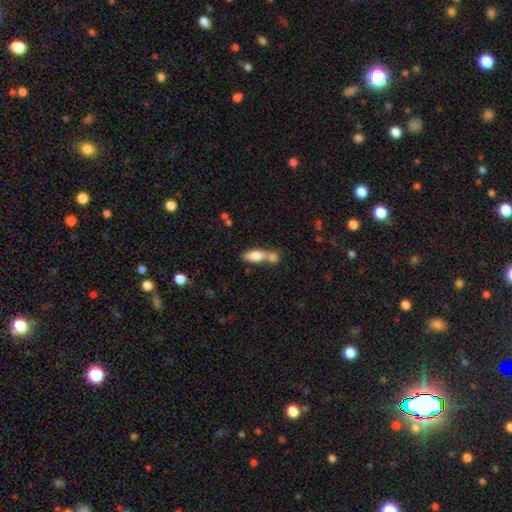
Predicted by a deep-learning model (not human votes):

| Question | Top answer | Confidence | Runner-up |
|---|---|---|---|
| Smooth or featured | smooth | 75% | featured or disk (17%) |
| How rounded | in between | 71% | cigar-shaped (24%) |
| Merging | merger | 55% | none (30%) |